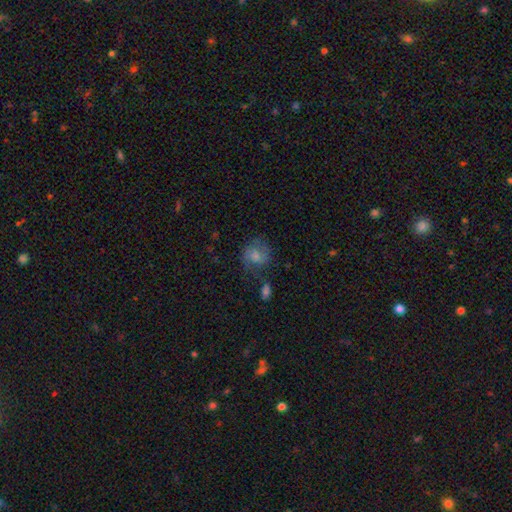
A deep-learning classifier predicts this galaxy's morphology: smooth-or-featured: smooth: 62% | featured or disk: 29% | star or artifact: 9%
  how-rounded: round: 73% | in between: 26% | cigar-shaped: 1%
  merging: none: 56% | minor disturbance: 23% | major disturbance: 14% | merger: 7%